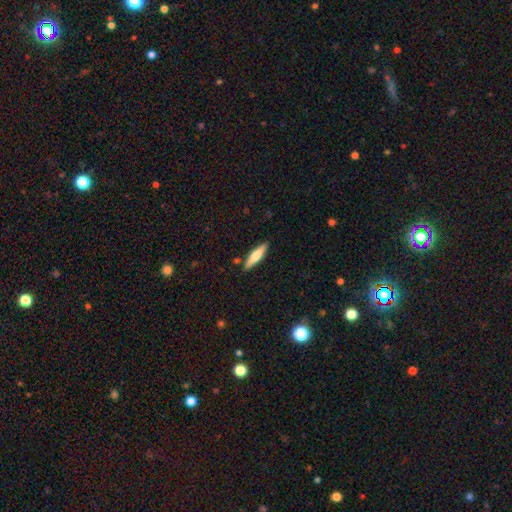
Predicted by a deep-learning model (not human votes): This appears to be a smooth galaxy with no disk features (57%) that is cigar-shaped (76%). Merging: none (87%).